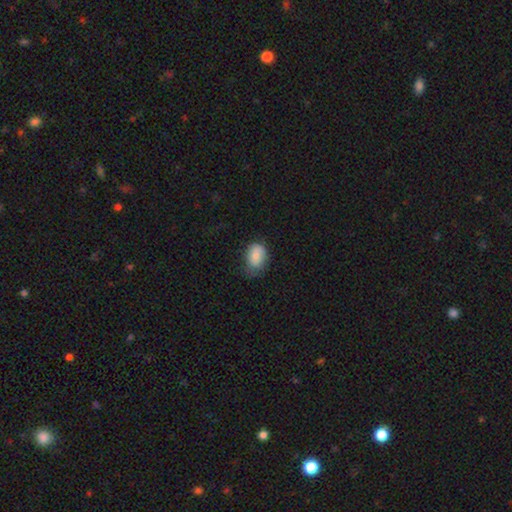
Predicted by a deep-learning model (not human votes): This appears to be a smooth galaxy with no disk features (79%) that is in between round and cigar-shaped (76%). Merging: none (48%).